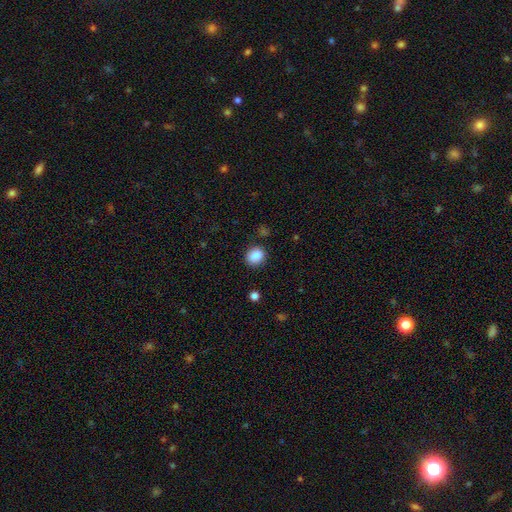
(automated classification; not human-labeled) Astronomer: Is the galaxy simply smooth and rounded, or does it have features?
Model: smooth — 88%.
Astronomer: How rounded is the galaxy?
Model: round — 65%.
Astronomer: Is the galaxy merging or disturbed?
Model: none — 84%.